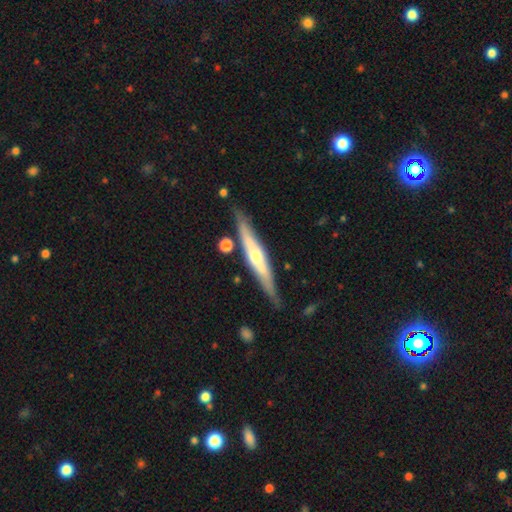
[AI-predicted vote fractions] Overall: featured or disk (66%; smooth 29%). Edge-on disk: yes (93%). Edge-on bulge: rounded (81%). Merging: none (81%).